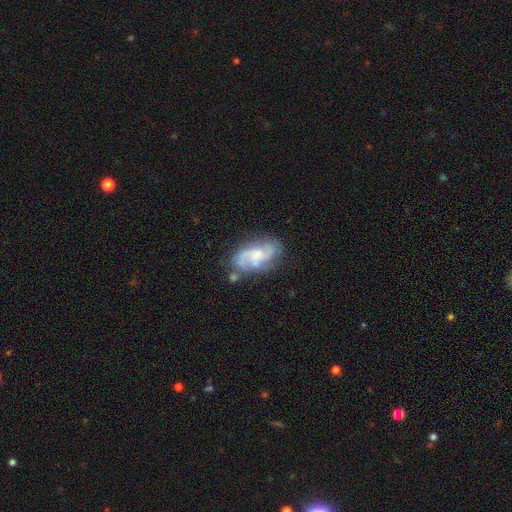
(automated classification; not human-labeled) smooth_or_featured: featured or disk (p=0.75) [alt: smooth p=0.19]
disk_edge_on: no (p=0.96) [alt: yes p=0.04]
bar: no (p=0.57) [alt: weak p=0.37]
has_spiral_arms: yes (p=0.92) [alt: no p=0.08]
spiral_winding: medium (p=0.48) [alt: loose p=0.30]
spiral_arm_count: 2 (p=0.43) [alt: 3 p=0.30]
bulge_size: small (p=0.41) [alt: moderate p=0.40]
merging: none (p=0.61) [alt: minor disturbance p=0.21]